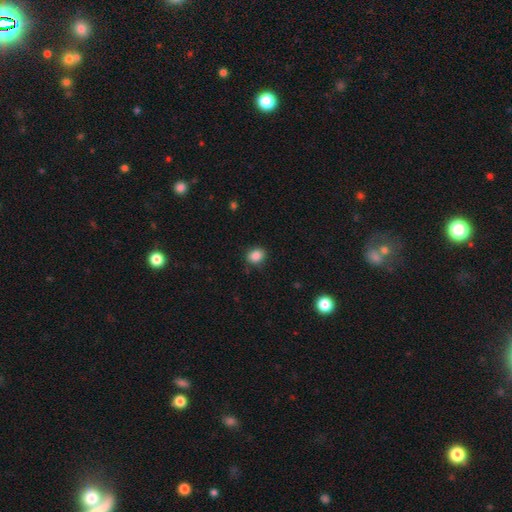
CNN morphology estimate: This appears to be a smooth galaxy with no disk features (87%) that is round (57%). Merging: none (86%).